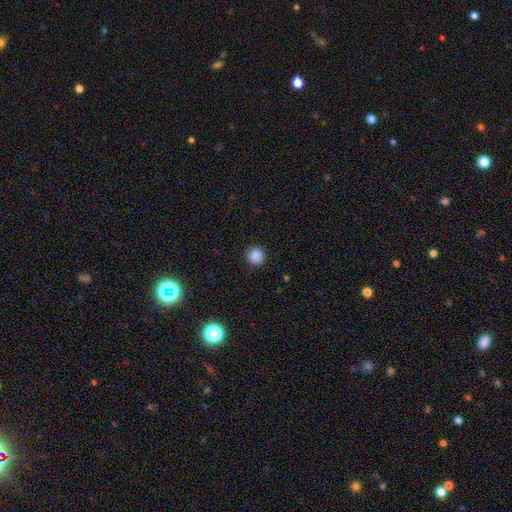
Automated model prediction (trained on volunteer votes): smooth 86%, star or artifact 11%, featured or disk 3%. Down the decision tree: how rounded — round (92%); merging — none (90%).